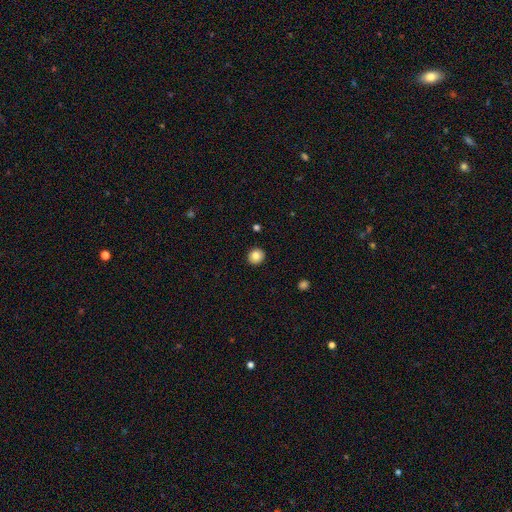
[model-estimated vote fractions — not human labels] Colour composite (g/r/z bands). It shows a smooth galaxy with no disk features (83%) that is round (85%). Merging: none (92%).